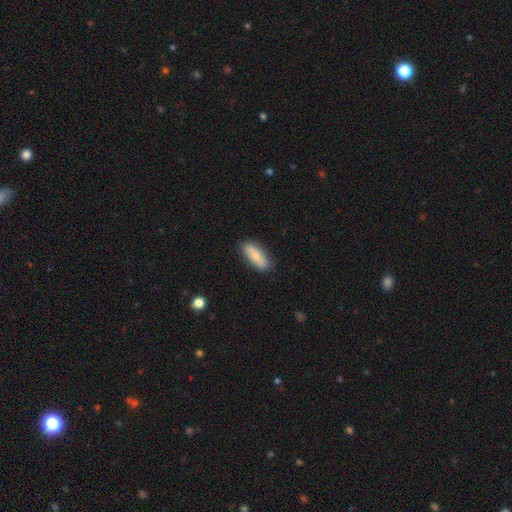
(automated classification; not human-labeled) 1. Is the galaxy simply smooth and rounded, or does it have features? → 66% smooth, 28% featured or disk, 6% star or artifact.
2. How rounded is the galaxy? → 72% in between, 25% cigar-shaped, 3% round.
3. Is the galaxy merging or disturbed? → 82% none, 14% minor disturbance, 3% major disturbance, 1% merger.